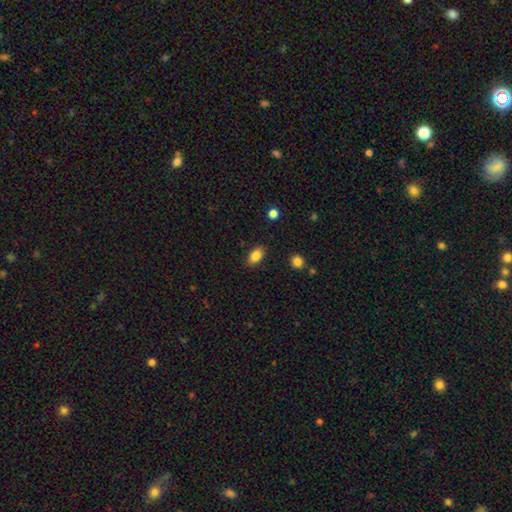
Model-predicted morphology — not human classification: smooth_or_featured: smooth (p=0.86) [alt: star or artifact p=0.09]
how_rounded: in between (p=0.88) [alt: round p=0.09]
merging: none (p=0.86) [alt: minor disturbance p=0.10]